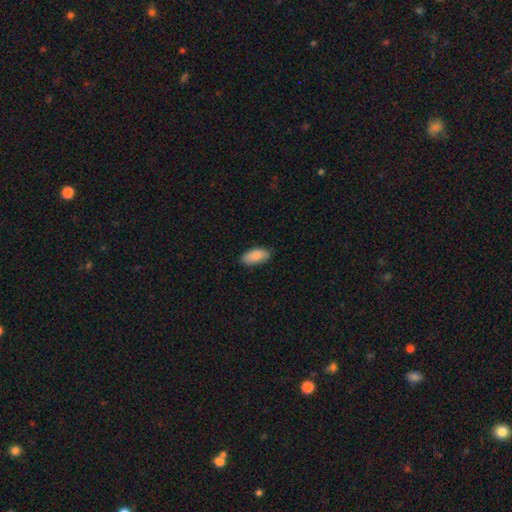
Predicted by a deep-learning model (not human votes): Smooth or featured? smooth (87%)
How rounded? in between (92%)
Merging? none (81%)